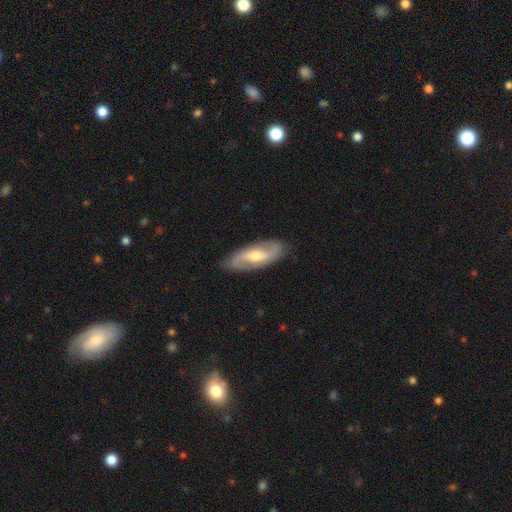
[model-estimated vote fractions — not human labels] A featured or disk galaxy (77%) with a weak bar (46%), 2 (90%) medium (41%) spiral arms (91%) and a moderate central bulge (62%).

Vote fractions:
- Smooth or featured? featured or disk: 77% / smooth: 17% / star or artifact: 5%
- Edge-on disk? no: 89% / yes: 11%
- Bar? weak: 46% / no: 28% / strong: 26%
- Spiral arms? yes: 91% / no: 9%
- Spiral winding? medium: 41% / loose: 38% / tight: 20%
- Spiral arm count? 2: 90% / can't tell: 6% / 1: 2% / 3: 1% / 4: 1% / more than 4: 1%
- Bulge size? moderate: 62% / small: 28% / large: 6% / none: 2% / dominant: 1%
- Merging? none: 86% / minor disturbance: 10% / major disturbance: 2% / merger: 1%